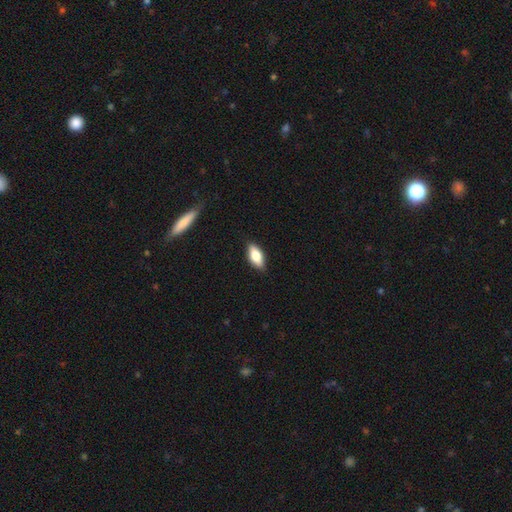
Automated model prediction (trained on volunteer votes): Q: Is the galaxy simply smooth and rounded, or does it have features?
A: smooth — 73%.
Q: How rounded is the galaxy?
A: in between — 83%.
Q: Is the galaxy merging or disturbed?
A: none — 87%.